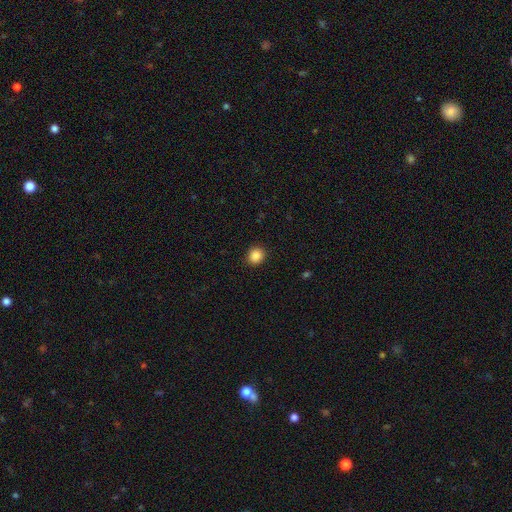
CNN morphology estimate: smooth 87%, star or artifact 10%, featured or disk 3%. Down the decision tree: how rounded — round (82%); merging — none (91%).